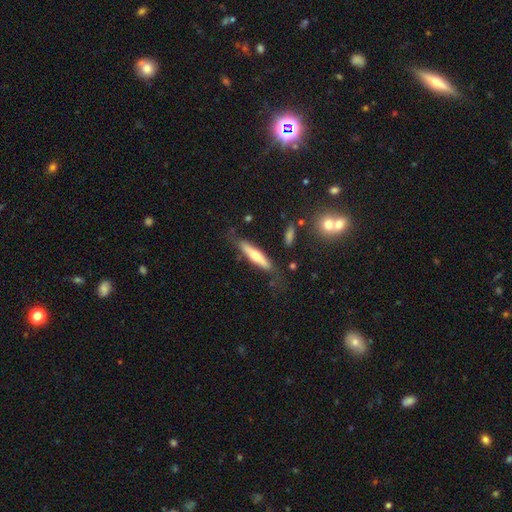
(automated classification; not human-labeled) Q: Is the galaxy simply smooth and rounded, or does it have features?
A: smooth — 54%.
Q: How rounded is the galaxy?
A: cigar-shaped — 83%.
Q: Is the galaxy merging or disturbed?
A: none — 70%.